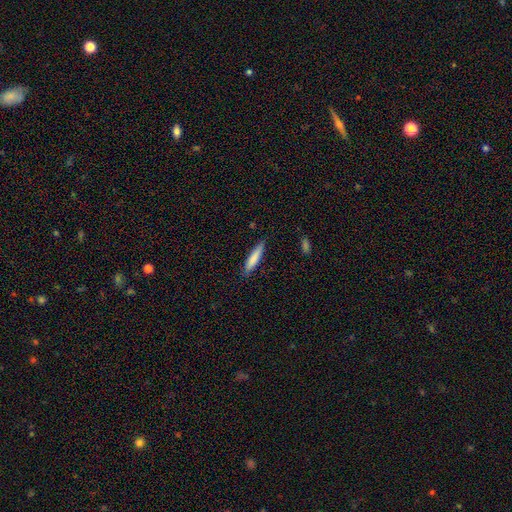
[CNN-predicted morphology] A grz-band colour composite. It shows a smooth galaxy with no disk features (79%) that is cigar-shaped (86%). Merging: none (84%).